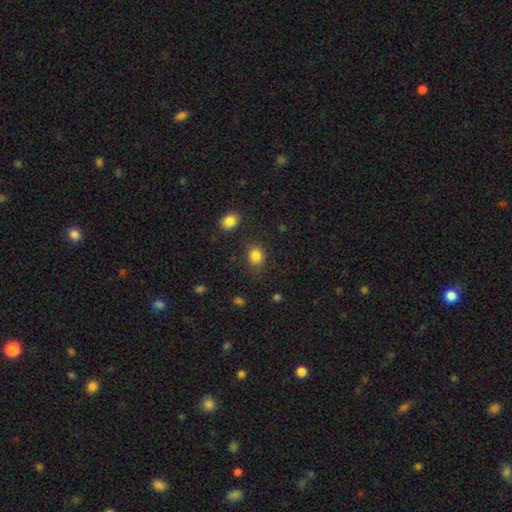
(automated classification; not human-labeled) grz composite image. It shows a smooth galaxy with no disk features (84%) that is round (61%). Merging: none (79%).